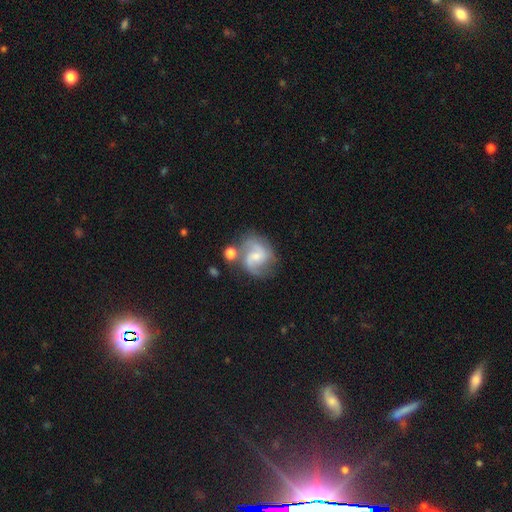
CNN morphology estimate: smooth-or-featured: featured or disk: 77% | smooth: 16% | star or artifact: 7%
  disk-edge-on: no: 98% | yes: 2%
    bar: no: 47% | weak: 44% | strong: 9%
    has-spiral-arms: yes: 94% | no: 6%
      spiral-winding: medium: 50% | loose: 37% | tight: 13%
      spiral-arm-count: 2: 77% | 3: 9% | can't tell: 7% | 1: 3% | 4: 2% | more than 4: 2%
    bulge-size: small: 54% | moderate: 34% | none: 7% | large: 3% | dominant: 1%
  merging: none: 59% | minor disturbance: 18% | merger: 13% | major disturbance: 10%